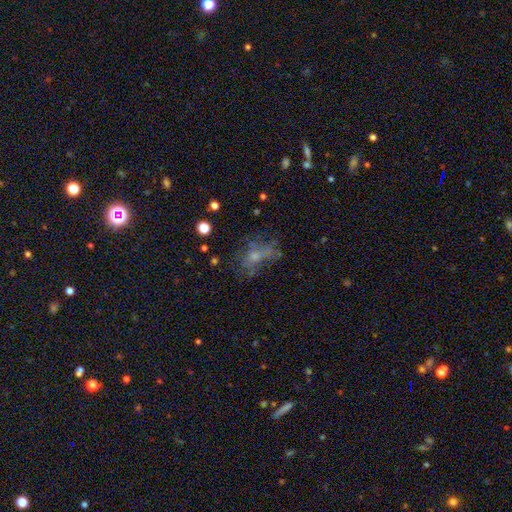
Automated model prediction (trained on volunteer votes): Smooth or featured? Predicted: smooth (p=0.45). Merging? Predicted: none (p=0.43).